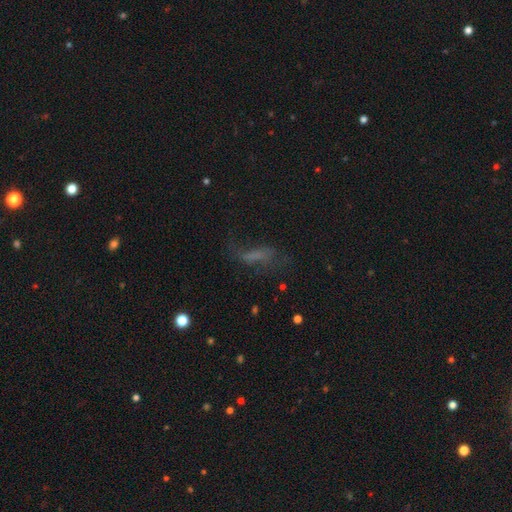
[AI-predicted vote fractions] Smooth or featured? Predicted: smooth (p=0.44). Merging? Predicted: none (p=0.44).